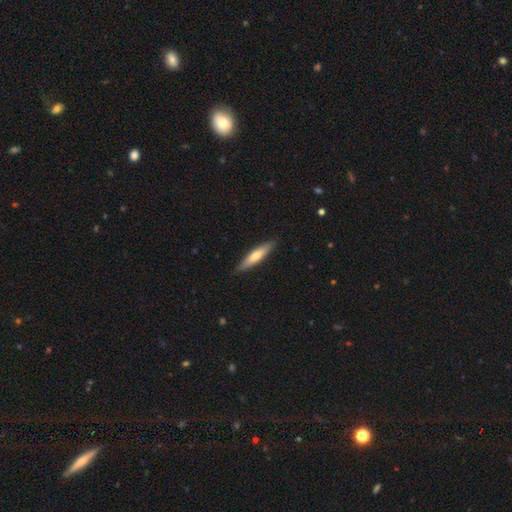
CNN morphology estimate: Smooth or featured: smooth — 64% (featured or disk — 31%)
How rounded: cigar-shaped — 82% (in between — 17%)
Merging: none — 88% (minor disturbance — 9%)